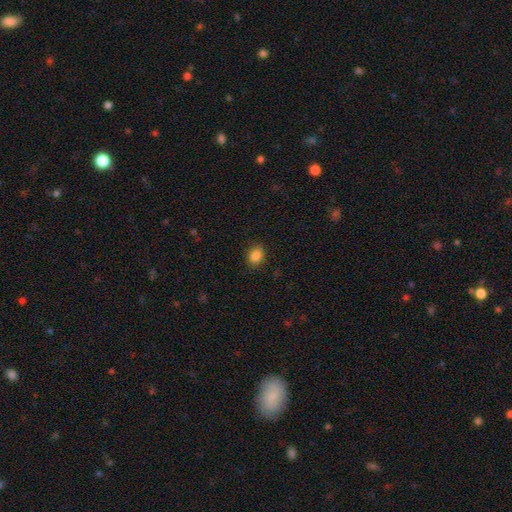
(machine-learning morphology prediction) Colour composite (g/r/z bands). It shows a smooth galaxy with no disk features (87%) that is in between round and cigar-shaped (63%). Merging: none (86%).